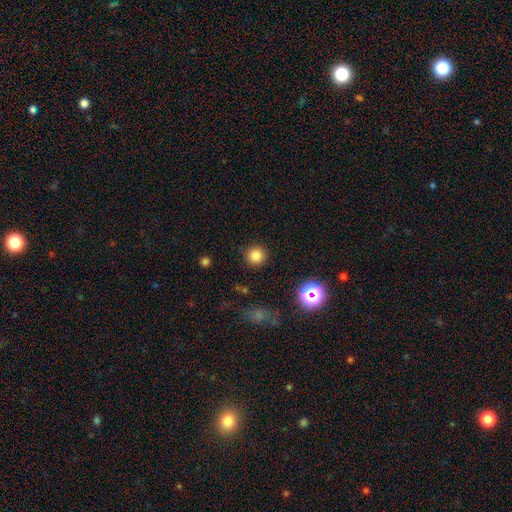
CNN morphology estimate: Q: Smooth or featured?
A: smooth (80%); runner-up: star or artifact (14%)
Q: How rounded?
A: round (94%); runner-up: in between (5%)
Q: Merging?
A: none (90%); runner-up: minor disturbance (6%)